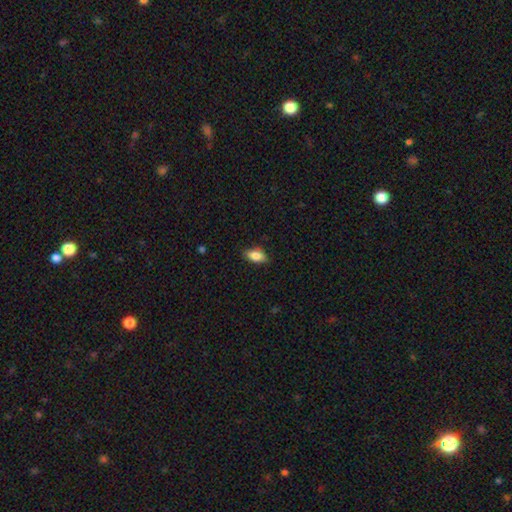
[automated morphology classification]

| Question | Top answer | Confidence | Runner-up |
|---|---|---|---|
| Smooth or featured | smooth | 83% | featured or disk (9%) |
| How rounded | in between | 89% | round (5%) |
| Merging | none | 84% | minor disturbance (12%) |